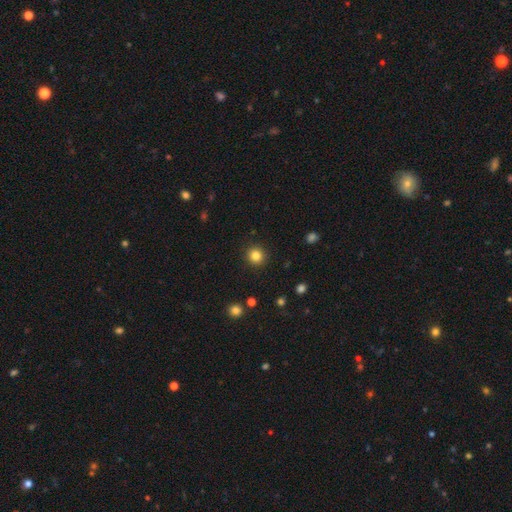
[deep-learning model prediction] A smooth galaxy with no disk features (84%) that is round (93%). Merging: none (92%).